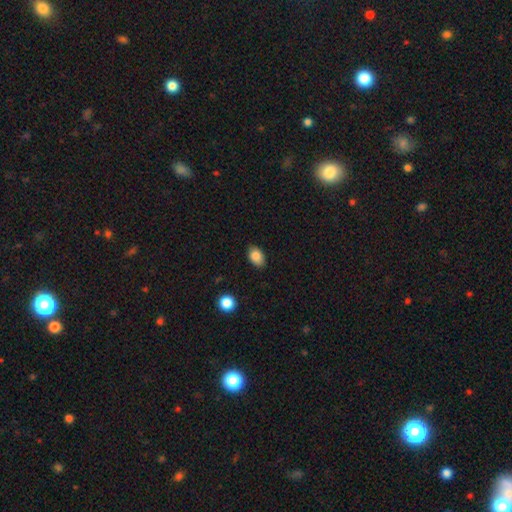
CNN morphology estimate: The model was most divided on "merging": none: 84%, minor disturbance: 12%, major disturbance: 2%, merger: 1%. More confident: how rounded — in between (86%); smooth or featured — smooth (86%).